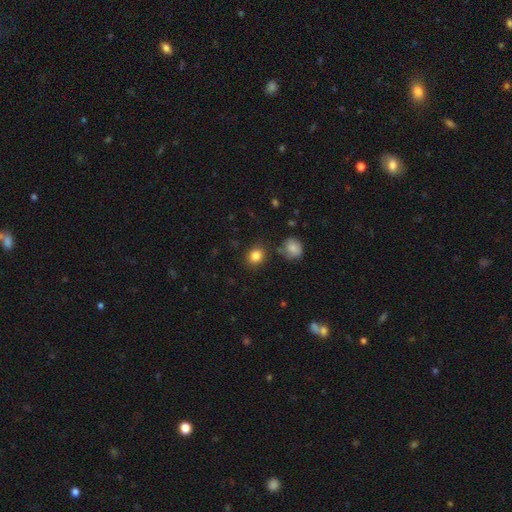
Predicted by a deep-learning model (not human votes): Smooth or featured? Predicted: smooth (p=0.84). How rounded? Predicted: round (p=0.67). Merging? Predicted: none (p=0.83).